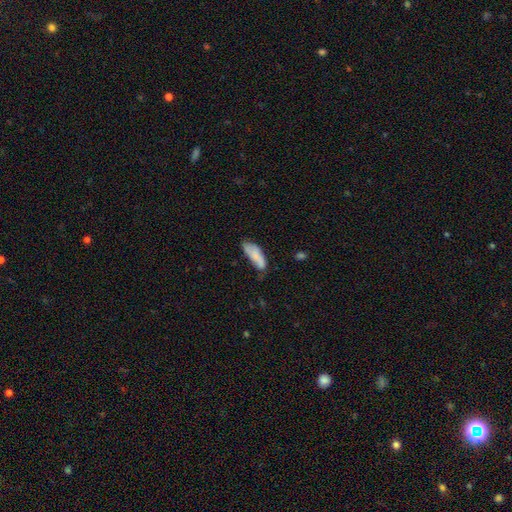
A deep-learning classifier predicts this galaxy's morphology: smooth-or-featured: smooth: 78% | featured or disk: 16% | star or artifact: 7%
  how-rounded: in between: 71% | cigar-shaped: 28% | round: 2%
  merging: none: 45% | minor disturbance: 37% | major disturbance: 12% | merger: 5%